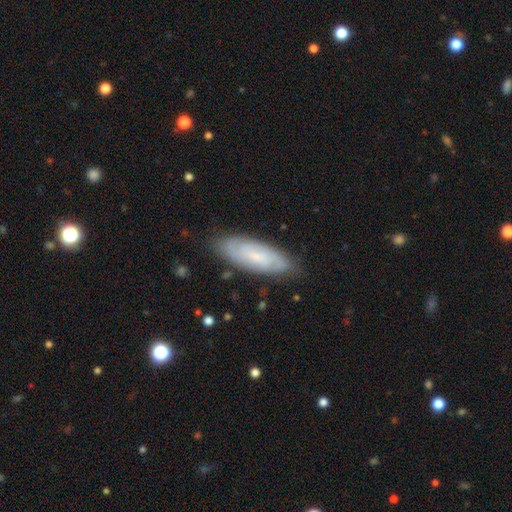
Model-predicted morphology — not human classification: featured or disk 60%, smooth 32%, star or artifact 7%. Down the decision tree: edge-on disk — no (85%); bar — no (52%); spiral arms — yes (90%); bulge size — small (62%); merging — none (81%).